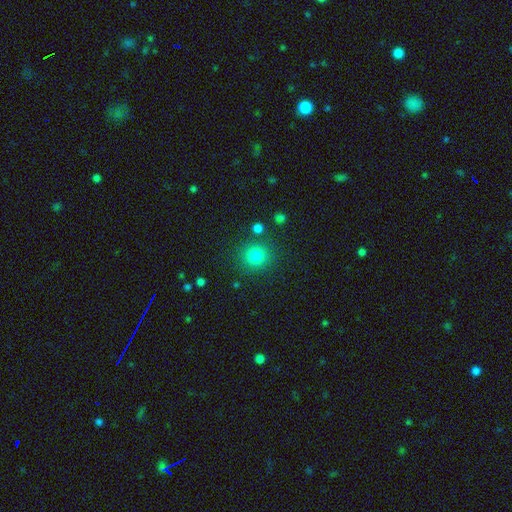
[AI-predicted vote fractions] smooth 82%, star or artifact 13%, featured or disk 5%. Down the decision tree: how rounded — round (88%); merging — none (84%).